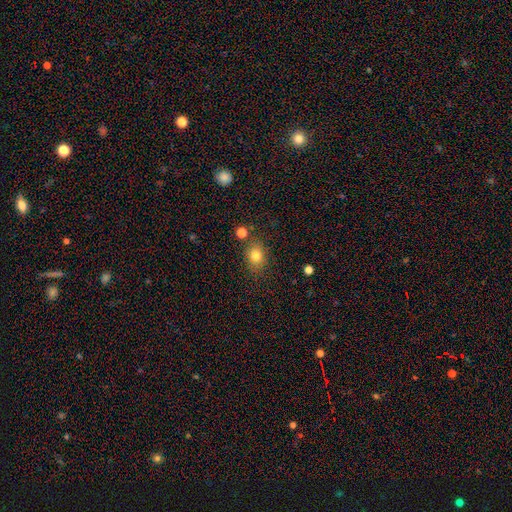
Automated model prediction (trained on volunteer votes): A smooth galaxy with no disk features (80%) that is in between round and cigar-shaped (53%).

Vote fractions:
- Smooth or featured? smooth: 80% / star or artifact: 12% / featured or disk: 8%
- How rounded? in between: 53% / round: 46% / cigar-shaped: 1%
- Merging? none: 81% / minor disturbance: 11% / merger: 5% / major disturbance: 3%